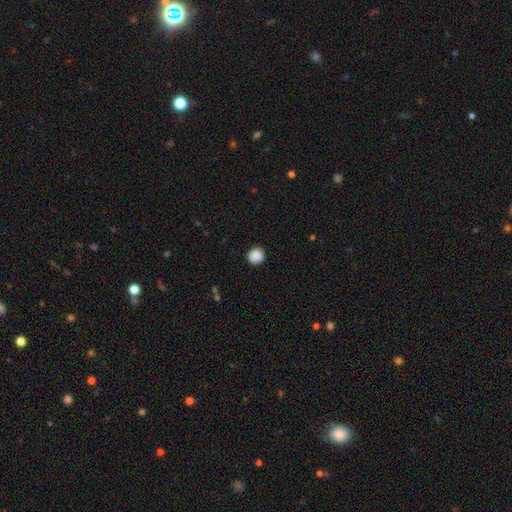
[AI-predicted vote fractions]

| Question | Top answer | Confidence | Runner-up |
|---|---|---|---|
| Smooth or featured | smooth | 89% | star or artifact (9%) |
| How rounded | round | 91% | in between (8%) |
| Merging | none | 90% | minor disturbance (7%) |